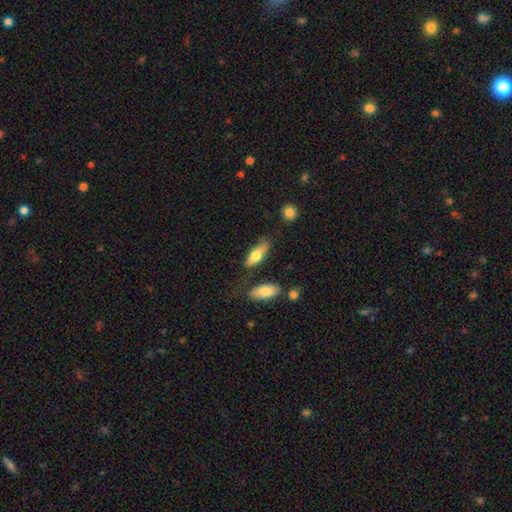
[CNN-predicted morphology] Smooth or featured?
  - smooth: 70% *
  - featured or disk: 24%
  - star or artifact: 6%
How rounded?
  - in between: 68% *
  - cigar-shaped: 30%
  - round: 3%
Merging?
  - none: 66% *
  - minor disturbance: 20%
  - merger: 7%
  - major disturbance: 6%